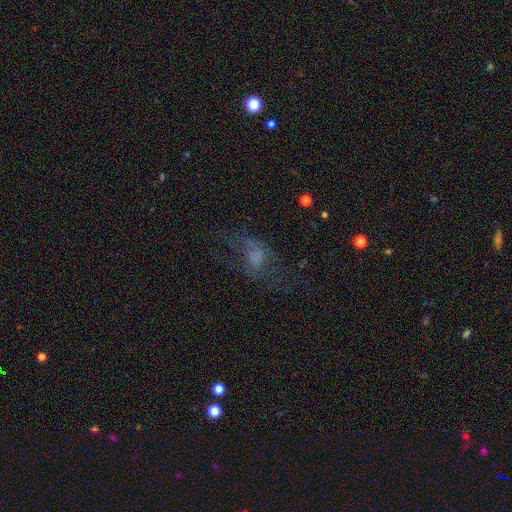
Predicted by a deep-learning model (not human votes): Morphology: type=smooth (40%); merging=none (40%).